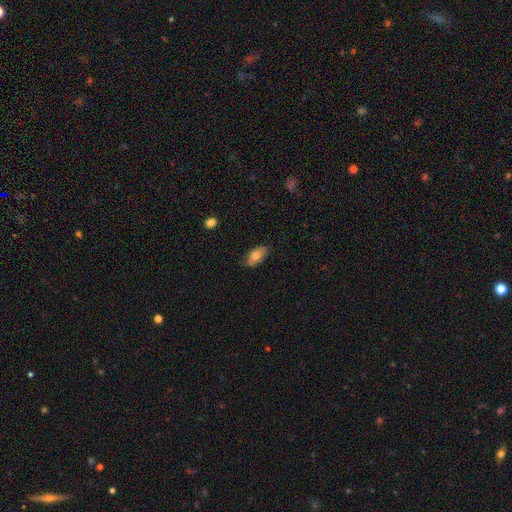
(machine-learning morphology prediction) smooth_or_featured: smooth (p=0.75) [alt: featured or disk p=0.18]
how_rounded: in between (p=0.91) [alt: cigar-shaped p=0.05]
merging: none (p=0.80) [alt: minor disturbance p=0.17]